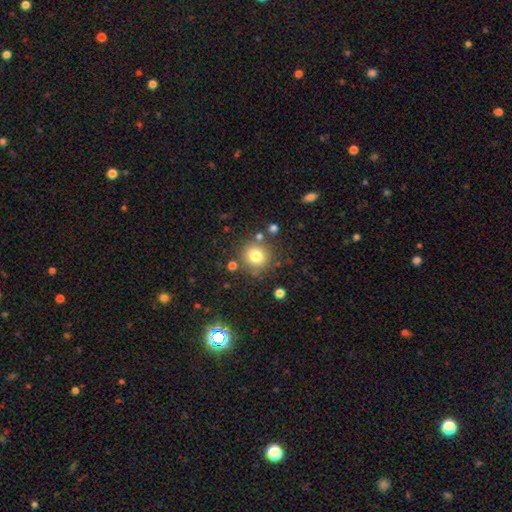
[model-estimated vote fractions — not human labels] Smooth or featured? Predicted: smooth (p=0.78). How rounded? Predicted: round (p=0.87). Merging? Predicted: none (p=0.80).